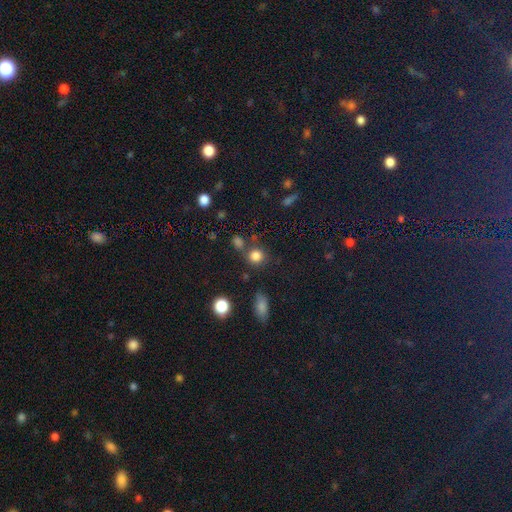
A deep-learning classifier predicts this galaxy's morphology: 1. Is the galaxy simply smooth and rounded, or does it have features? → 81% smooth, 14% star or artifact, 5% featured or disk.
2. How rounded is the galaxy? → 85% round, 13% in between, 1% cigar-shaped.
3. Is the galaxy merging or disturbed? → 70% none, 15% merger, 11% minor disturbance, 4% major disturbance.